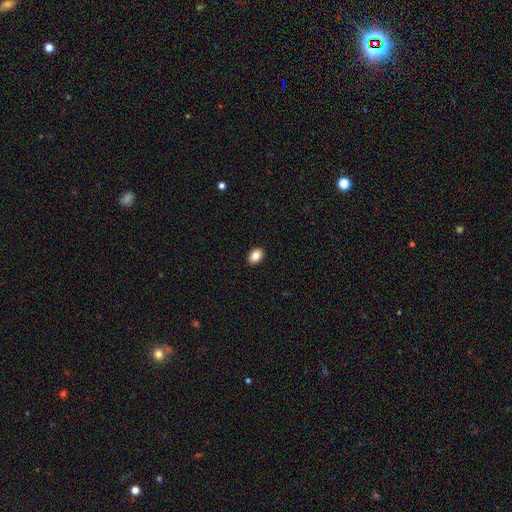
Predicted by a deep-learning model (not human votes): Morphology: type=smooth (85%); roundness=in between (78%); merging=none (91%).